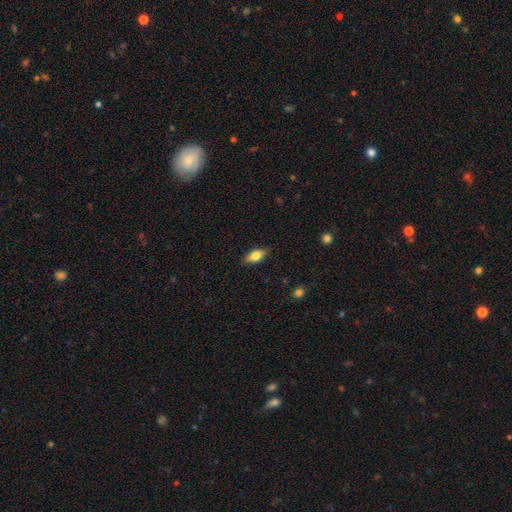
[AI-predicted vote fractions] The model was most divided on "smooth or featured": smooth: 63%, featured or disk: 30%, star or artifact: 7%. More confident: merging — none (87%); how rounded — in between (76%).